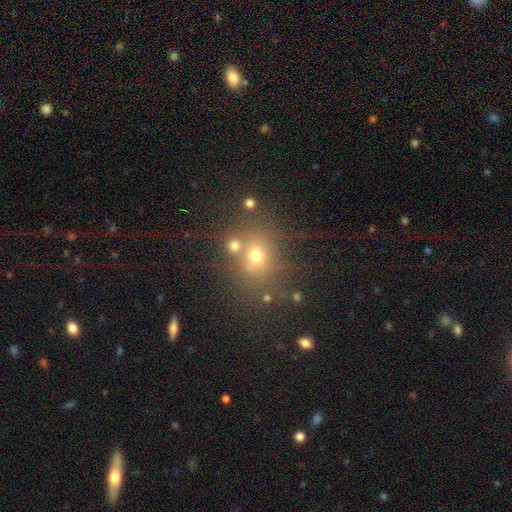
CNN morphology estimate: Smooth or featured? Predicted: smooth (p=0.64). How rounded? Predicted: round (p=0.72). Merging? Predicted: none (p=0.61).